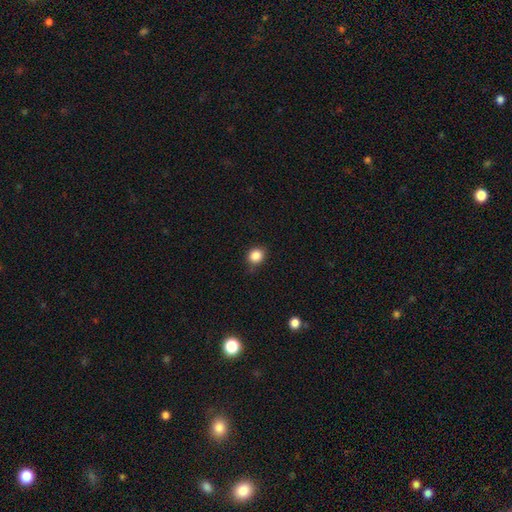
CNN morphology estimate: A smooth galaxy with no disk features (86%) that is round (81%).

Vote fractions:
- Smooth or featured? smooth: 86% / star or artifact: 10% / featured or disk: 4%
- How rounded? round: 81% / in between: 18% / cigar-shaped: 1%
- Merging? none: 80% / minor disturbance: 15% / major disturbance: 3% / merger: 1%